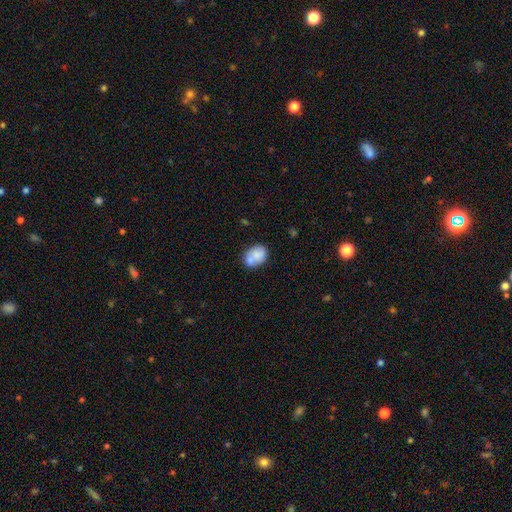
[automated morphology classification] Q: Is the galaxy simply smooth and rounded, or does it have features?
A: smooth — 73%.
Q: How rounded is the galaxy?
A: in between — 62%.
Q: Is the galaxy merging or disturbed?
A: none — 42%.